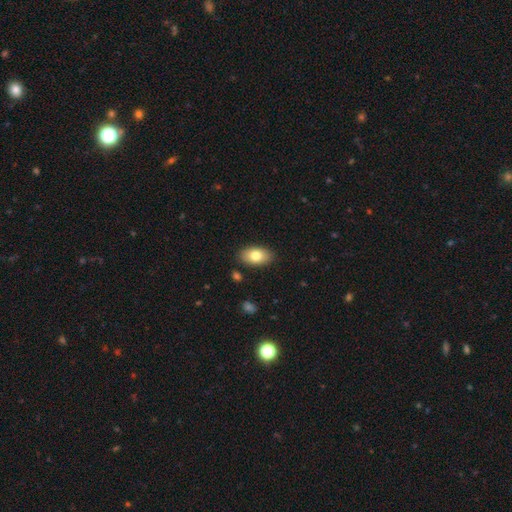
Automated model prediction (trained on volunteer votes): Smooth or featured? smooth (79%)
How rounded? in between (92%)
Merging? none (87%)